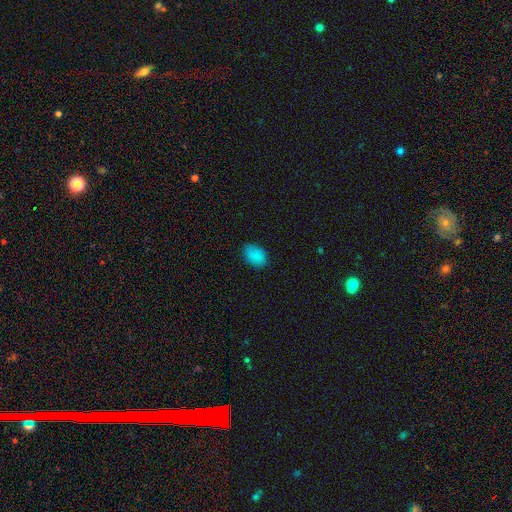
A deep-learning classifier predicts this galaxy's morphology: Smooth or featured? smooth (86%)
How rounded? in between (85%)
Merging? none (79%)